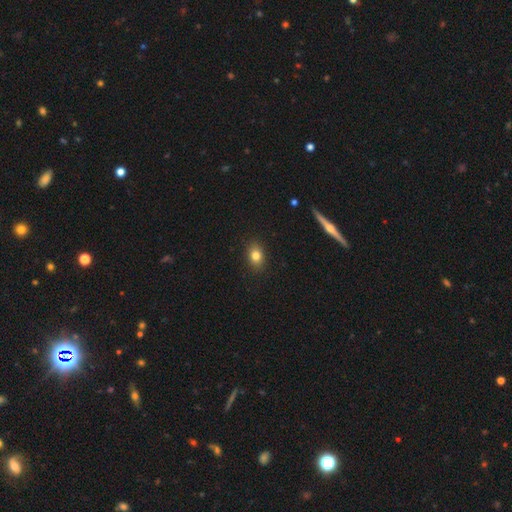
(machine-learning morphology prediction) A smooth galaxy with no disk features (81%) that is in between round and cigar-shaped (70%). Merging: none (88%).